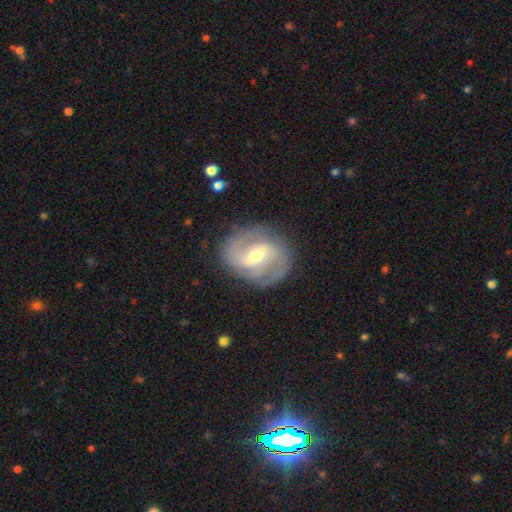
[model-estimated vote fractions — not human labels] Smooth or featured? featured or disk (83%)
Edge-on disk? no (97%)
Bar? weak (51%)
Spiral arms? yes (92%)
Spiral winding? medium (49%)
Spiral arm count? 2 (81%)
Bulge size? moderate (58%)
Merging? none (81%)